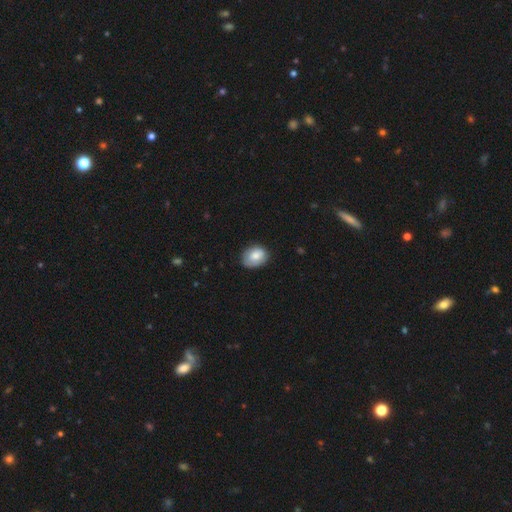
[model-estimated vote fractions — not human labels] This appears to be a smooth galaxy with no disk features (78%) that is in between round and cigar-shaped (64%). Merging: none (73%).